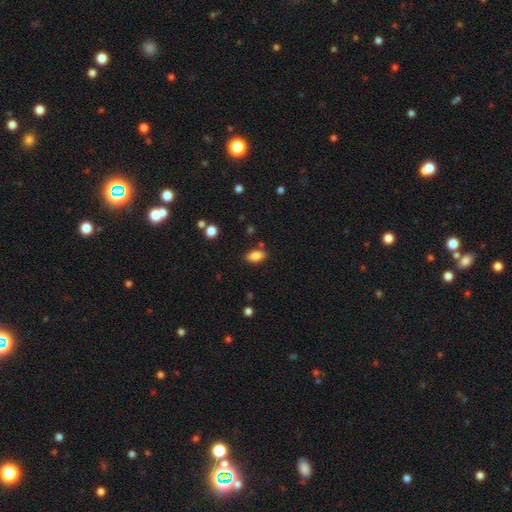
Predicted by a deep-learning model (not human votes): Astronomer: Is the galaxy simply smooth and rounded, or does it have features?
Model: smooth — 85%.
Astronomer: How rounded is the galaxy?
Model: in between — 90%.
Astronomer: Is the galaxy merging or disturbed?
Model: none — 82%.